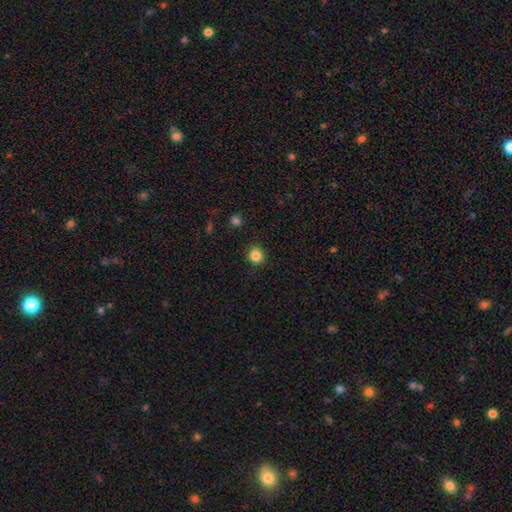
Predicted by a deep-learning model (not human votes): The model was most divided on "smooth or featured": smooth: 84%, star or artifact: 11%, featured or disk: 5%. More confident: merging — none (90%); how rounded — round (90%).